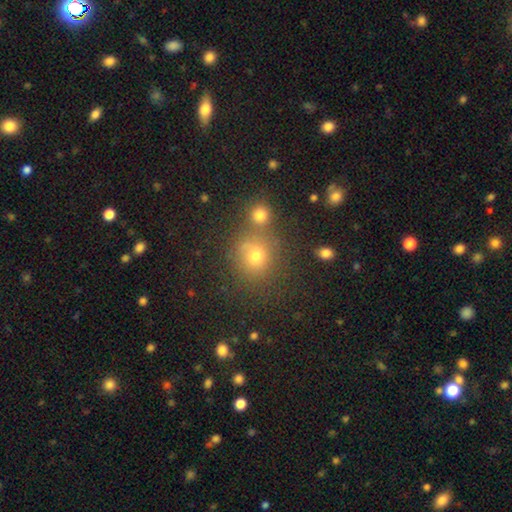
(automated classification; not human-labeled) smooth-or-featured: smooth: 72% | star or artifact: 18% | featured or disk: 10%
  how-rounded: round: 85% | in between: 14% | cigar-shaped: 1%
  merging: none: 65% | merger: 20% | minor disturbance: 11% | major disturbance: 5%